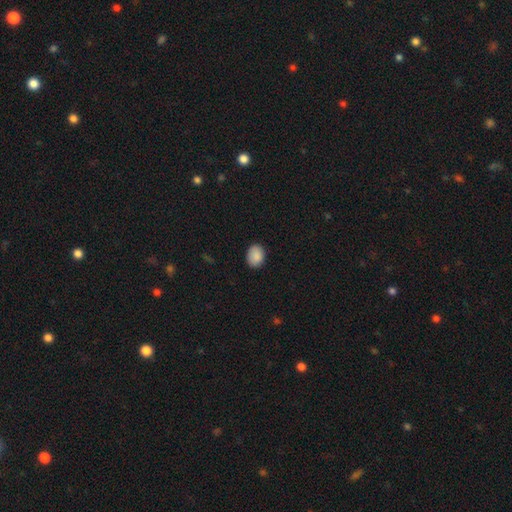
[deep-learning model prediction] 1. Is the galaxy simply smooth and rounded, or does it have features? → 89% smooth, 7% star or artifact, 4% featured or disk.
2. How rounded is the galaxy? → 64% in between, 35% round, 1% cigar-shaped.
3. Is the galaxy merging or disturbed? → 88% none, 10% minor disturbance, 2% major disturbance, 1% merger.